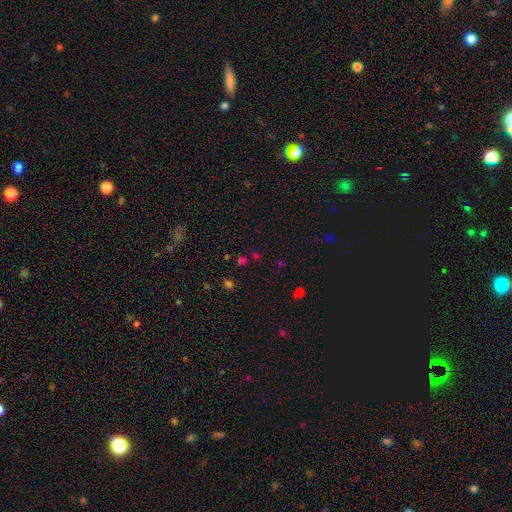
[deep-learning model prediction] Q: Smooth or featured?
A: star or artifact (51%); runner-up: smooth (42%)